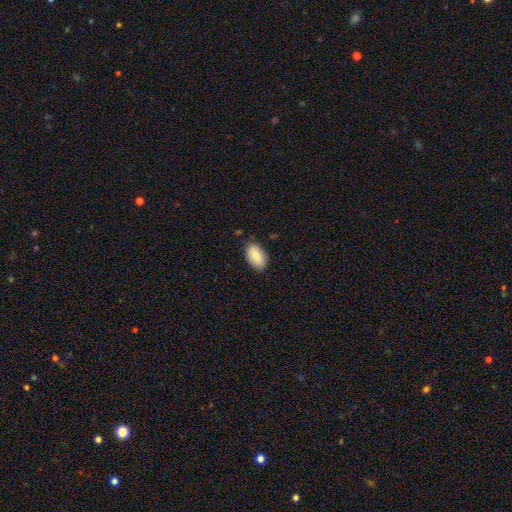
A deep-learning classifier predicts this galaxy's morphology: A smooth galaxy with no disk features (78%) that is in between round and cigar-shaped (93%). Merging: none (84%).